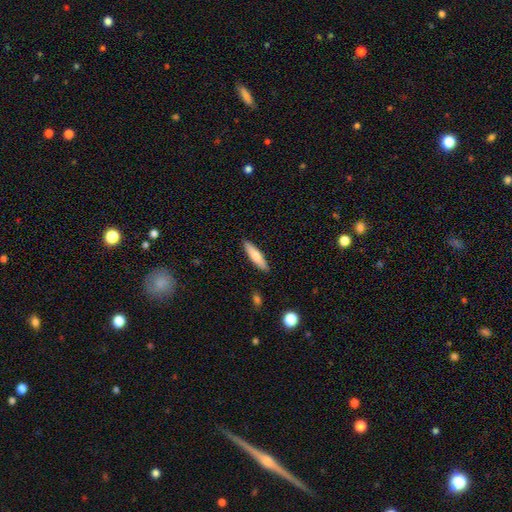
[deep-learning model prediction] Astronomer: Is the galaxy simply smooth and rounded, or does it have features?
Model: smooth — 71%.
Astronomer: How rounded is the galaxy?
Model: cigar-shaped — 77%.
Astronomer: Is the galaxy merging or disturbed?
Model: none — 89%.